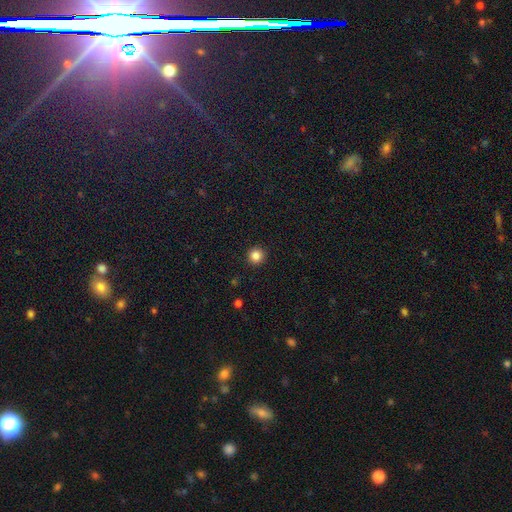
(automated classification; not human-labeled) Morphology: type=smooth (85%); roundness=round (94%); merging=none (93%).